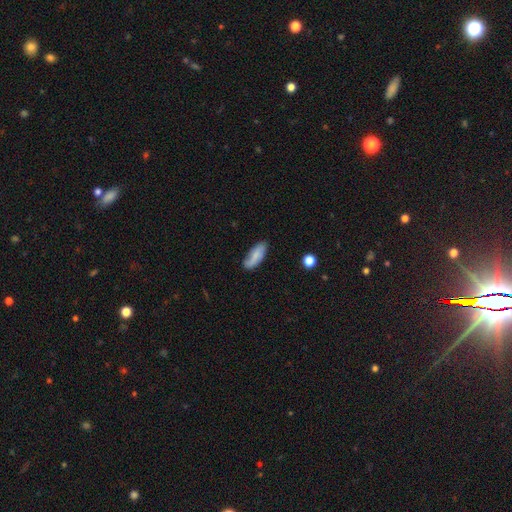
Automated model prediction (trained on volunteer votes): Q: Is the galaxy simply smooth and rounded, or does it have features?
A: smooth — 72%.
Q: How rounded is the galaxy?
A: in between — 75%.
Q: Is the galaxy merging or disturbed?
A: none — 71%.